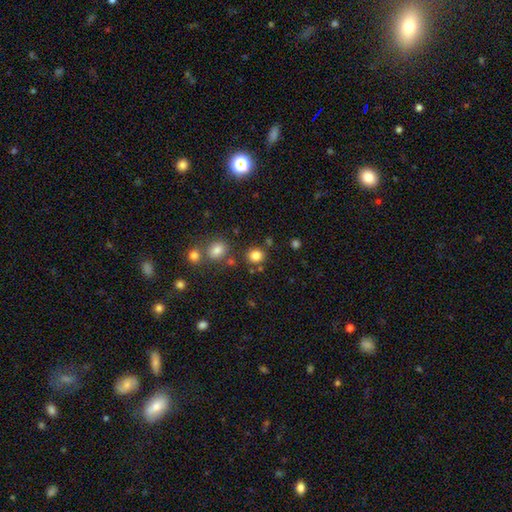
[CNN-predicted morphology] smooth-or-featured: smooth: 82% | star or artifact: 13% | featured or disk: 5%
  how-rounded: round: 86% | in between: 13% | cigar-shaped: 1%
  merging: none: 82% | minor disturbance: 8% | merger: 8% | major disturbance: 3%